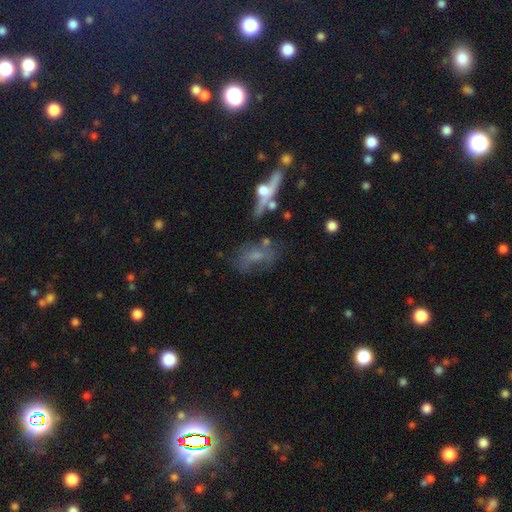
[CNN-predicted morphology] type=featured or disk (46%); merging=none (43%).